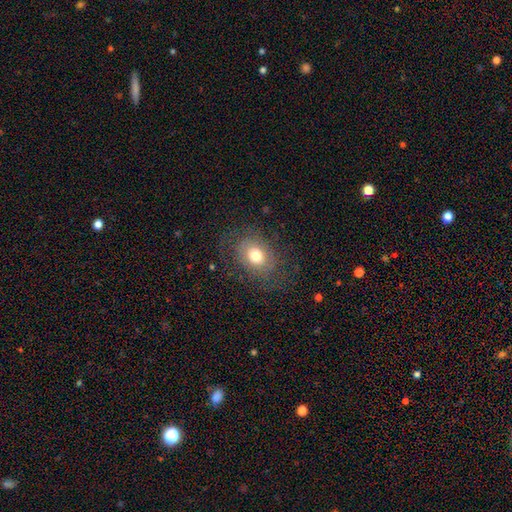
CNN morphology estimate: A smooth galaxy with no disk features (62%) that is in between round and cigar-shaped (62%).

Vote fractions:
- Smooth or featured? smooth: 62% / featured or disk: 28% / star or artifact: 10%
- How rounded? in between: 62% / round: 36% / cigar-shaped: 1%
- Merging? none: 73% / minor disturbance: 16% / major disturbance: 10% / merger: 1%